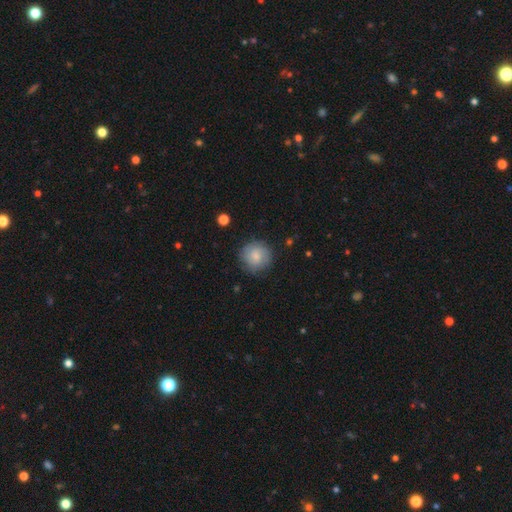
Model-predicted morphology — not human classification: Smooth or featured?
  - smooth: 75% *
  - featured or disk: 18%
  - star or artifact: 7%
How rounded?
  - round: 92% *
  - in between: 7%
  - cigar-shaped: 1%
Merging?
  - none: 82% *
  - minor disturbance: 13%
  - major disturbance: 4%
  - merger: 1%